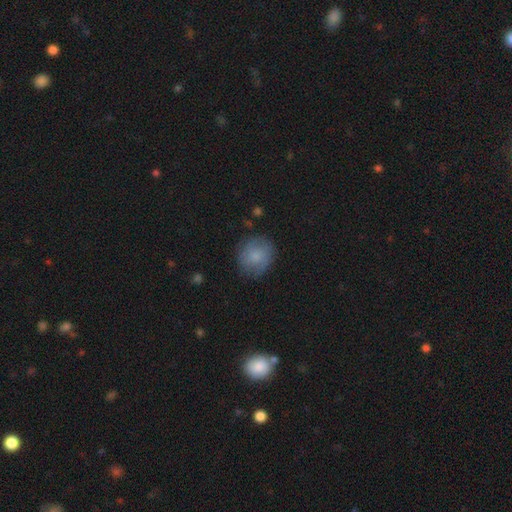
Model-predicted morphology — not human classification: This is likely a smooth galaxy (74%). How rounded: clearly round (85%). Merging: likely none (78%).